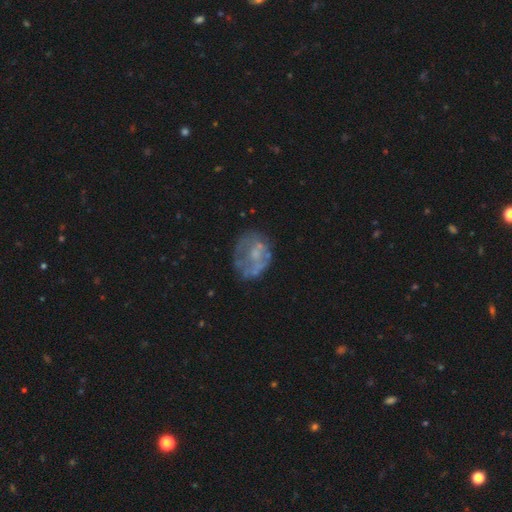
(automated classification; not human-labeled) Q: Smooth or featured?
A: featured or disk (57%); runner-up: smooth (31%)
Q: Edge-on disk?
A: no (98%); runner-up: yes (2%)
Q: Bar?
A: no (81%); runner-up: weak (15%)
Q: Spiral arms?
A: no (80%); runner-up: yes (20%)
Q: Bulge size?
A: none (41%); runner-up: small (37%)
Q: Merging?
A: none (53%); runner-up: minor disturbance (22%)